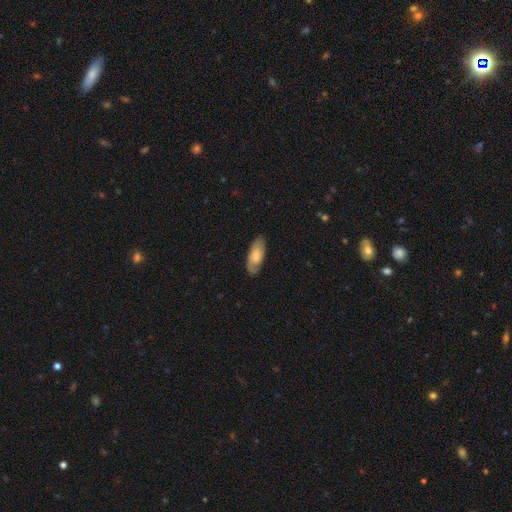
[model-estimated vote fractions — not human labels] Q: Smooth or featured?
A: smooth (52%); runner-up: featured or disk (42%)
Q: How rounded?
A: in between (85%); runner-up: cigar-shaped (12%)
Q: Merging?
A: none (75%); runner-up: minor disturbance (19%)